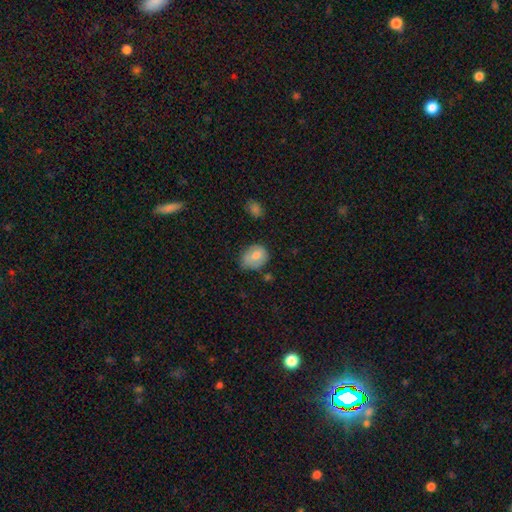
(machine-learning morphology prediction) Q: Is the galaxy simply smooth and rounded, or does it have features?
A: smooth — 71%.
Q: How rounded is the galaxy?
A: round — 52%.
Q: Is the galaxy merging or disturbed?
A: none — 57%.